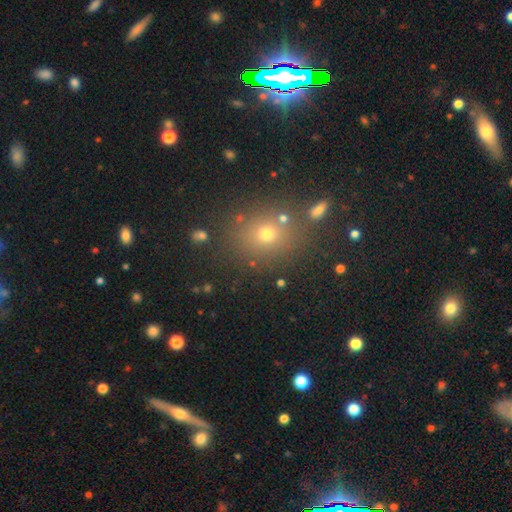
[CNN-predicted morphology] Smooth or featured? Predicted: smooth (p=0.49). Merging? Predicted: none (p=0.80).